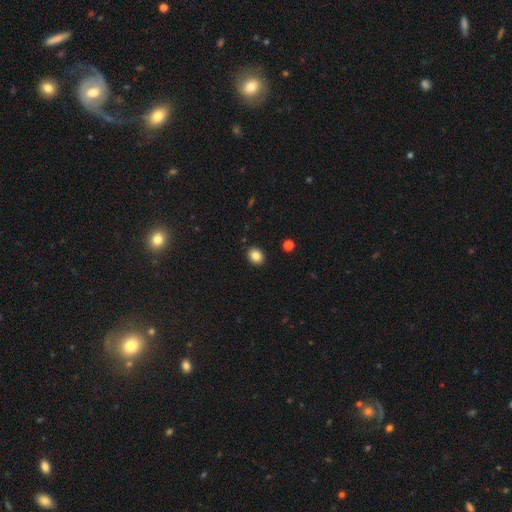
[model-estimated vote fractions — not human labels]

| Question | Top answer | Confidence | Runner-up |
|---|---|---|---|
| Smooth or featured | smooth | 85% | star or artifact (10%) |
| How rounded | round | 54% | in between (46%) |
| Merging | none | 90% | minor disturbance (6%) |